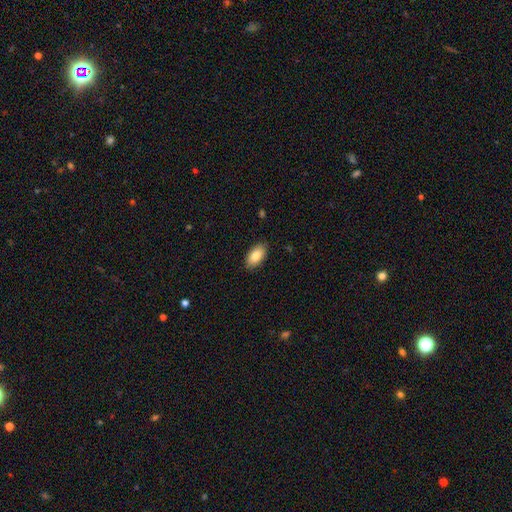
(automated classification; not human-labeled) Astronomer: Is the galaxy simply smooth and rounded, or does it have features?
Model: smooth — 83%.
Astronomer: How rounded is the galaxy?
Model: in between — 94%.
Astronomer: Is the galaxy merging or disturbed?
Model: none — 88%.